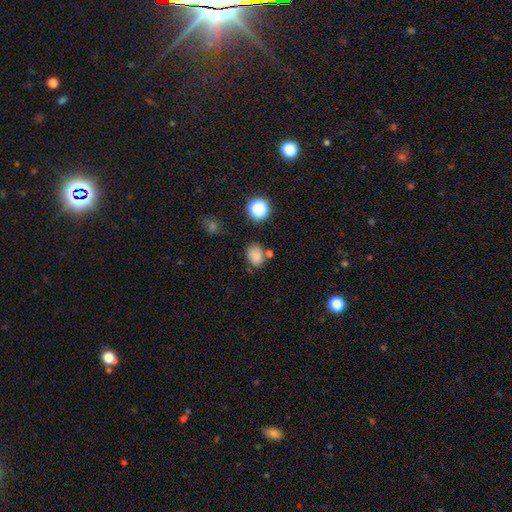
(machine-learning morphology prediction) This appears to be a smooth galaxy with no disk features (81%) that is in between round and cigar-shaped (65%). Merging: none (69%).